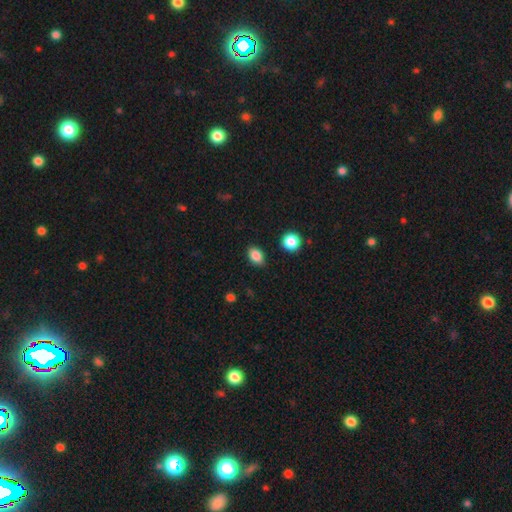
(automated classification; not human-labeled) smooth_or_featured: smooth (p=0.86) [alt: star or artifact p=0.10]
how_rounded: in between (p=0.77) [alt: round p=0.21]
merging: none (p=0.84) [alt: minor disturbance p=0.11]